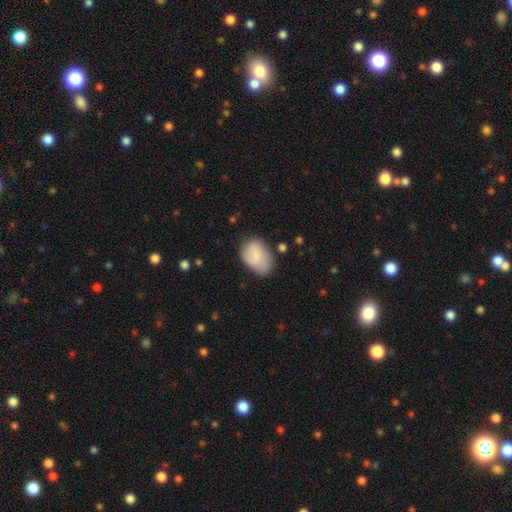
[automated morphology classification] A smooth galaxy with no disk features (82%) that is in between round and cigar-shaped (83%). Merging: none (61%).